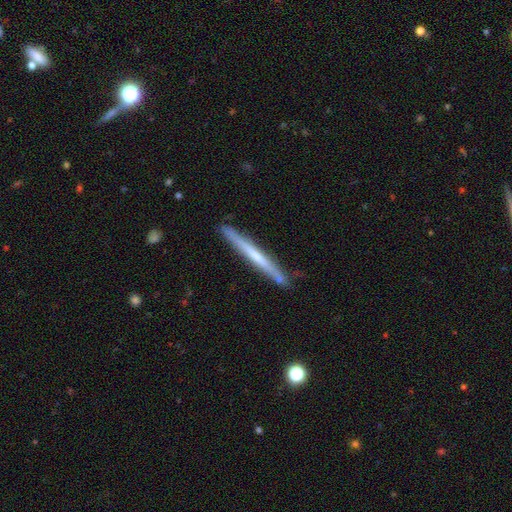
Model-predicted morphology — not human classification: smooth_or_featured: featured or disk (p=0.53) [alt: smooth p=0.42]
disk_edge_on: yes (p=0.96) [alt: no p=0.04]
edge_on_bulge: none (p=0.74) [alt: rounded p=0.17]
merging: none (p=0.86) [alt: minor disturbance p=0.10]